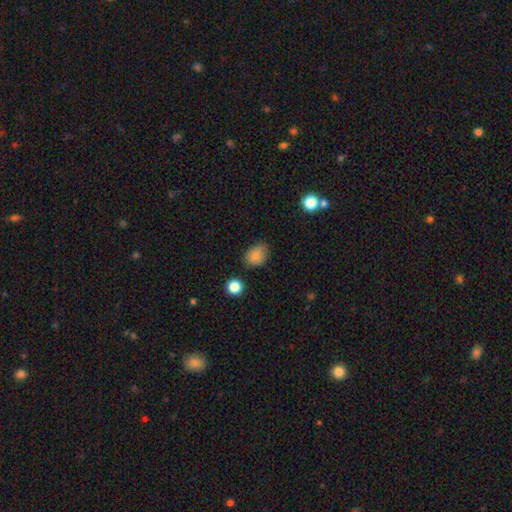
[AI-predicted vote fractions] Smooth or featured? Predicted: smooth (p=0.84). How rounded? Predicted: in between (p=0.56). Merging? Predicted: none (p=0.67).